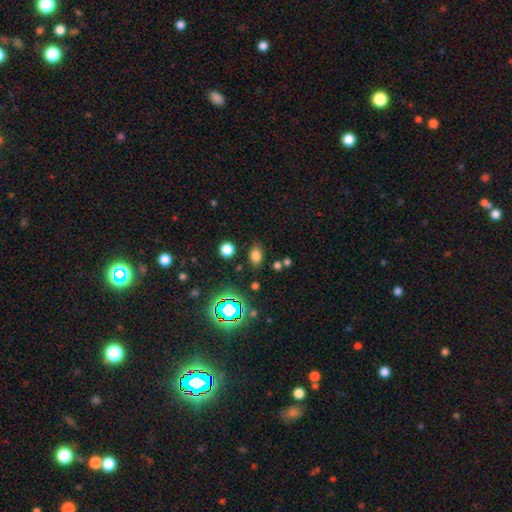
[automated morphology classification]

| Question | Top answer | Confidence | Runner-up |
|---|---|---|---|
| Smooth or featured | smooth | 73% | star or artifact (21%) |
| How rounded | in between | 78% | round (21%) |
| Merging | none | 80% | minor disturbance (11%) |